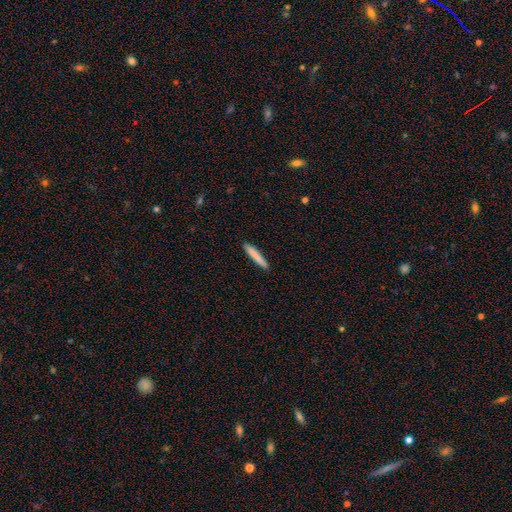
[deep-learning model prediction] Smooth or featured? smooth (84%)
How rounded? cigar-shaped (94%)
Merging? none (91%)